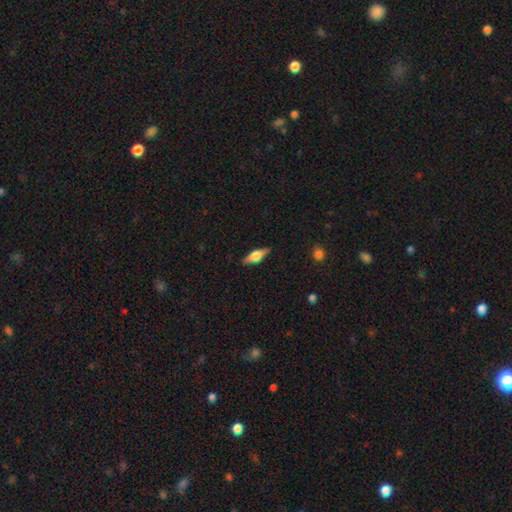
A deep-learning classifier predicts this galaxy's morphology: This is possibly a featured or disk galaxy (57%). It is clearly viewed edge-on (95%). Edge-on bulge: clearly rounded (87%). Merging: clearly none (85%).